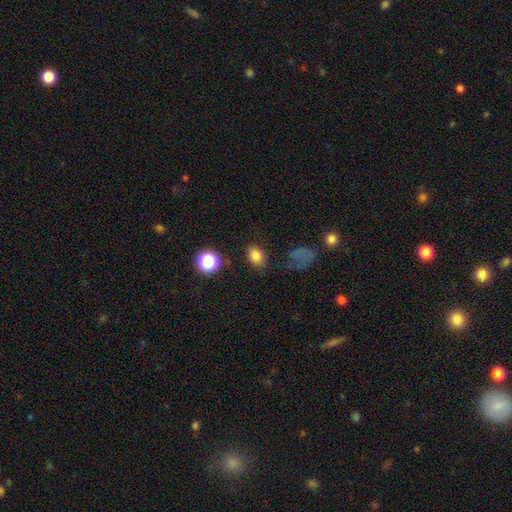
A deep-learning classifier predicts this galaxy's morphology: Smooth or featured? smooth (81%)
How rounded? in between (69%)
Merging? none (80%)